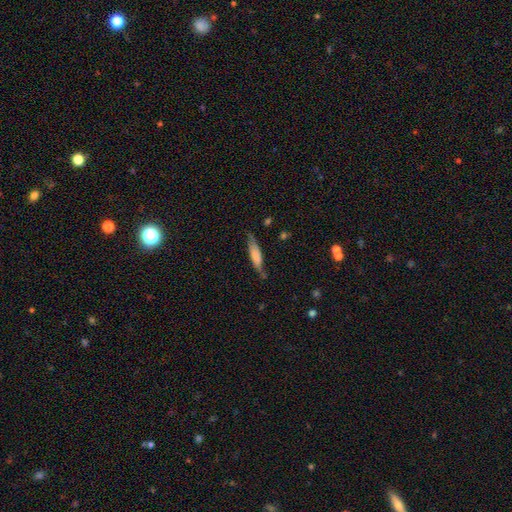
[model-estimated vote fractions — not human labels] Smooth or featured?
  - smooth: 63% *
  - featured or disk: 30%
  - star or artifact: 7%
How rounded?
  - cigar-shaped: 70% *
  - in between: 28%
  - round: 2%
Merging?
  - none: 62% *
  - minor disturbance: 28%
  - major disturbance: 8%
  - merger: 3%